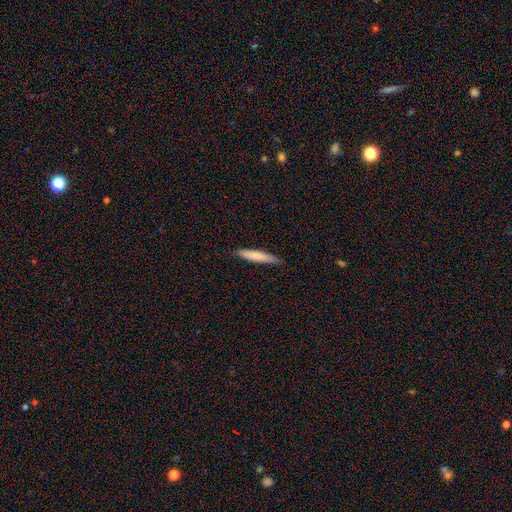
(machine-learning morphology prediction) A smooth galaxy with no disk features (75%) that is cigar-shaped (91%).

Vote fractions:
- Smooth or featured? smooth: 75% / featured or disk: 19% / star or artifact: 5%
- How rounded? cigar-shaped: 91% / in between: 8% / round: 1%
- Merging? none: 85% / minor disturbance: 12% / major disturbance: 2% / merger: 1%